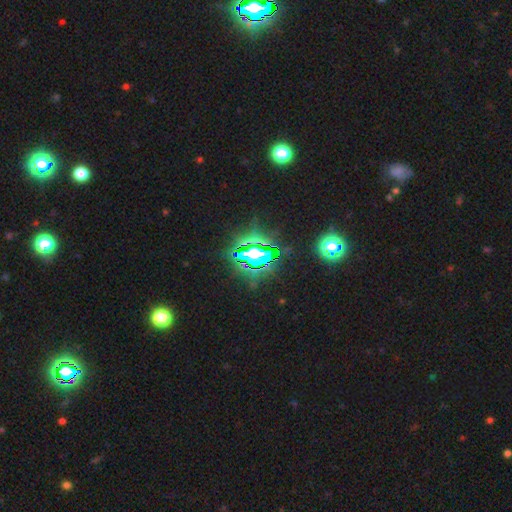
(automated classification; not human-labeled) smooth-or-featured: star or artifact: 76% | smooth: 12% | featured or disk: 11%